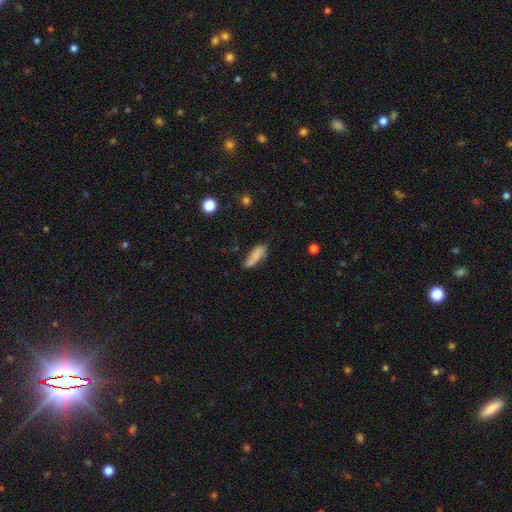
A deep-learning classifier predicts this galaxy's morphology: Overall: smooth (71%). How rounded: in between (67%; cigar-shaped 29%). Merging: none (50%; minor disturbance 24%).